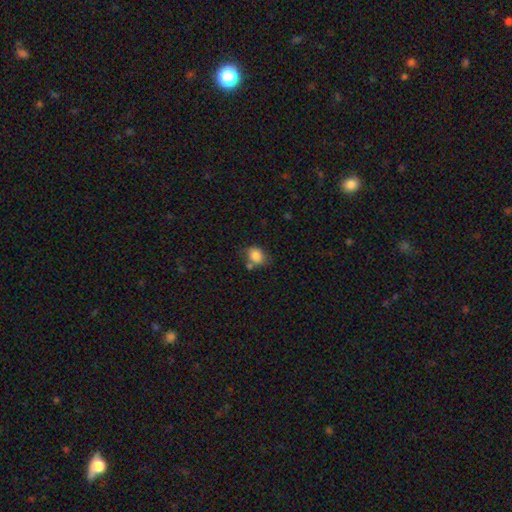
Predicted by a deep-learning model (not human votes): smooth-or-featured: smooth: 83% | star or artifact: 9% | featured or disk: 8%
  how-rounded: in between: 64% | round: 35% | cigar-shaped: 1%
  merging: none: 57% | minor disturbance: 20% | merger: 16% | major disturbance: 6%